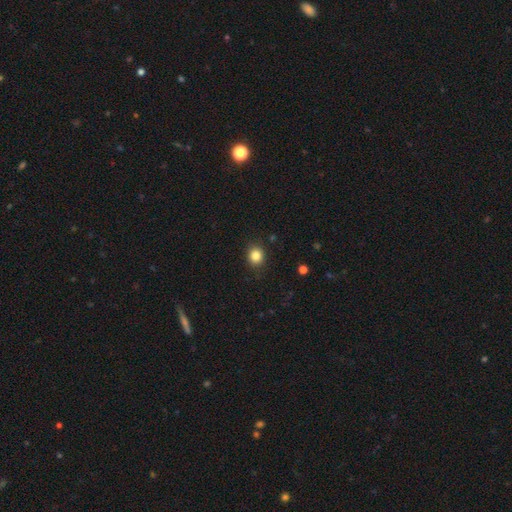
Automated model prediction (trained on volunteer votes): Smooth or featured? Predicted: smooth (p=0.84). How rounded? Predicted: round (p=0.74). Merging? Predicted: none (p=0.87).